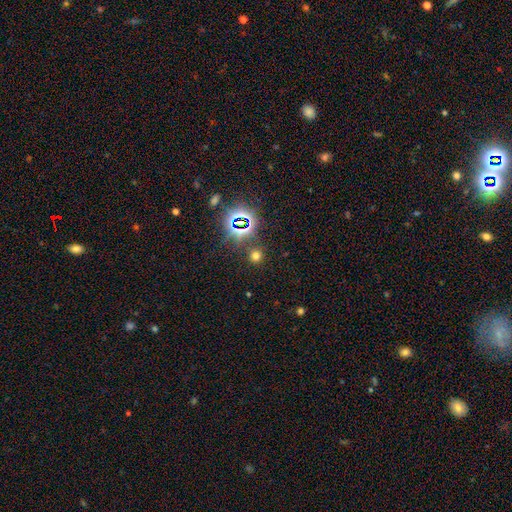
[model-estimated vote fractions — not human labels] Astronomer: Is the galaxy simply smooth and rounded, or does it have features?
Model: smooth — 59% (runner-up: star or artifact, 35%).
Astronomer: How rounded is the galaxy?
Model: round — 90%.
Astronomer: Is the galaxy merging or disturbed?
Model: none — 85%.